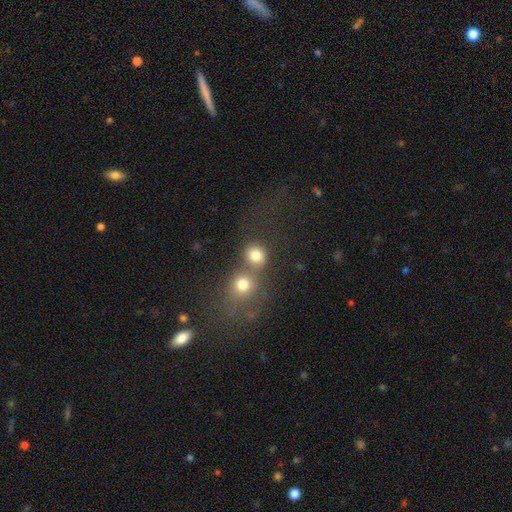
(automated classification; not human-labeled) smooth-or-featured: smooth: 80% | star or artifact: 13% | featured or disk: 8%
  how-rounded: round: 83% | in between: 16% | cigar-shaped: 1%
  merging: merger: 46% | none: 42% | minor disturbance: 8% | major disturbance: 5%